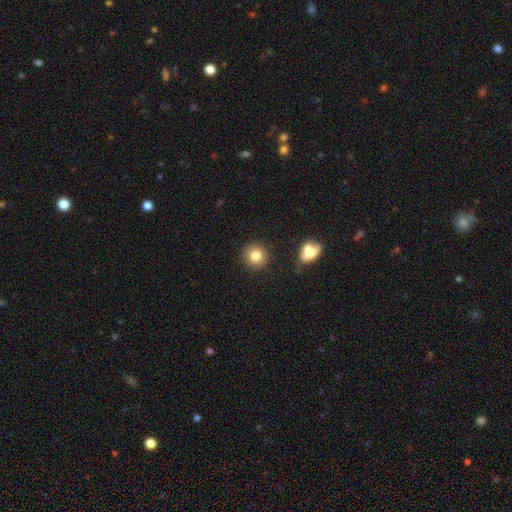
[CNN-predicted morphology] type=smooth (81%); roundness=round (90%); merging=none (86%).